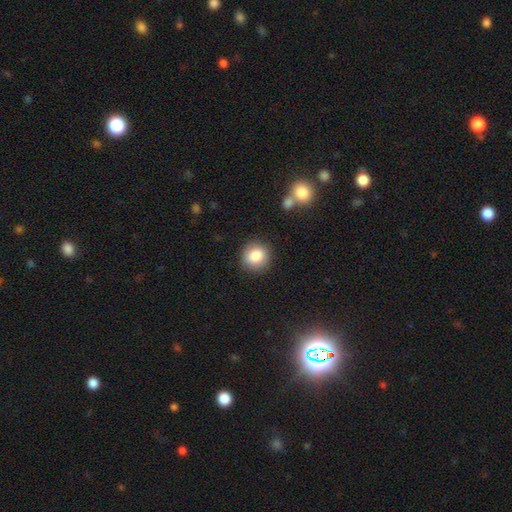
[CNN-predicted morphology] Q: Smooth or featured?
A: smooth (85%); runner-up: star or artifact (8%)
Q: How rounded?
A: round (89%); runner-up: in between (10%)
Q: Merging?
A: none (87%); runner-up: minor disturbance (8%)